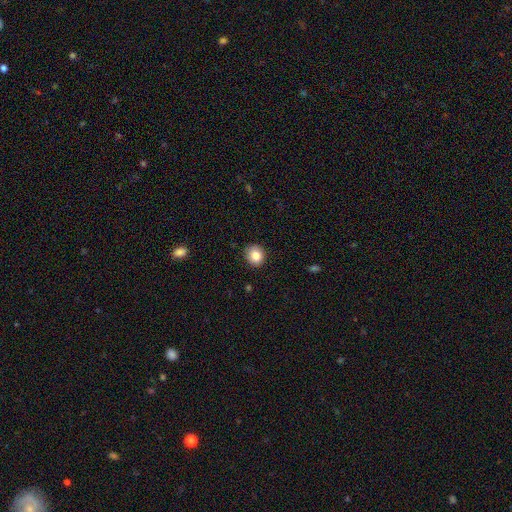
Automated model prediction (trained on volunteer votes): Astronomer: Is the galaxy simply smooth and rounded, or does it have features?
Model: smooth — 84%.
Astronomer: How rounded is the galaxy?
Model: round — 83%.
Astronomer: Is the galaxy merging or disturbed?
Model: none — 89%.